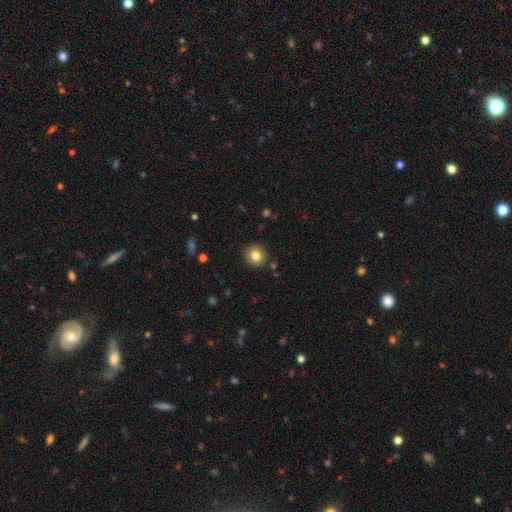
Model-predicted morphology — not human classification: This is clearly a smooth galaxy (81%). How rounded: clearly round (90%). Merging: clearly none (89%).